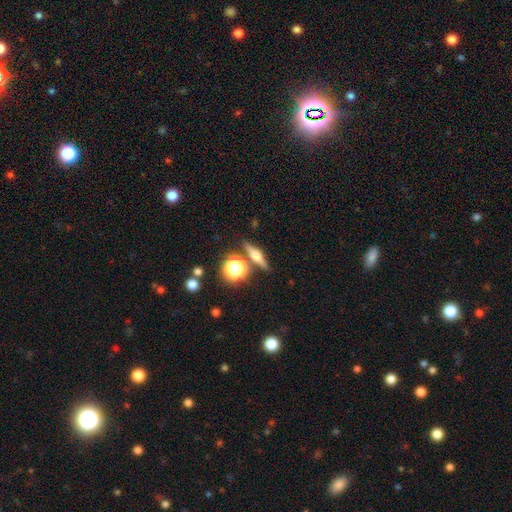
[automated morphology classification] Q: Smooth or featured?
A: featured or disk (56%); runner-up: smooth (31%)
Q: Edge-on disk?
A: yes (93%); runner-up: no (7%)
Q: Edge-on bulge?
A: rounded (93%); runner-up: boxy (5%)
Q: Merging?
A: none (82%); runner-up: minor disturbance (8%)